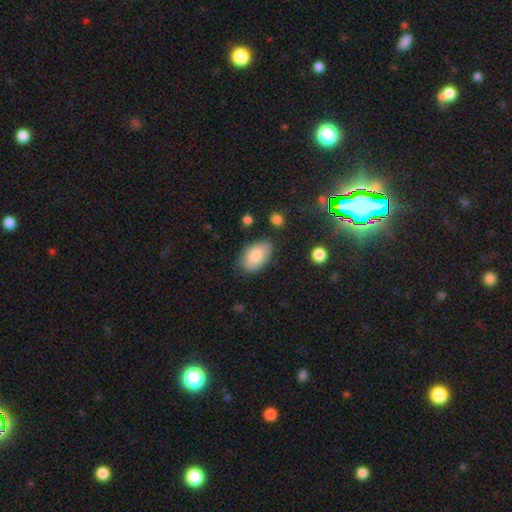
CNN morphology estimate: This appears to be a smooth galaxy with no disk features (83%) that is in between round and cigar-shaped (94%). Merging: none (75%).